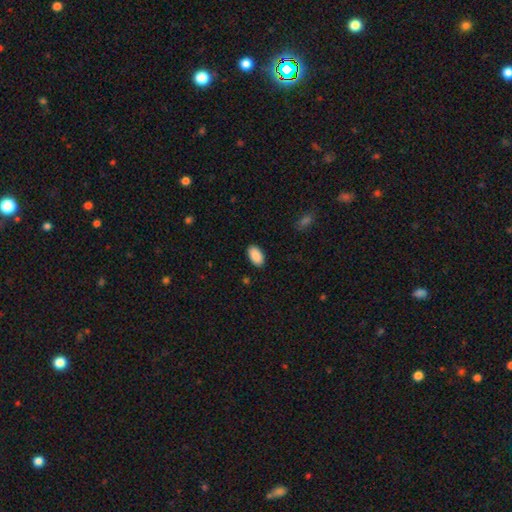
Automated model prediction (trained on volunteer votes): Morphology: type=smooth (90%); roundness=in between (95%); merging=none (88%).